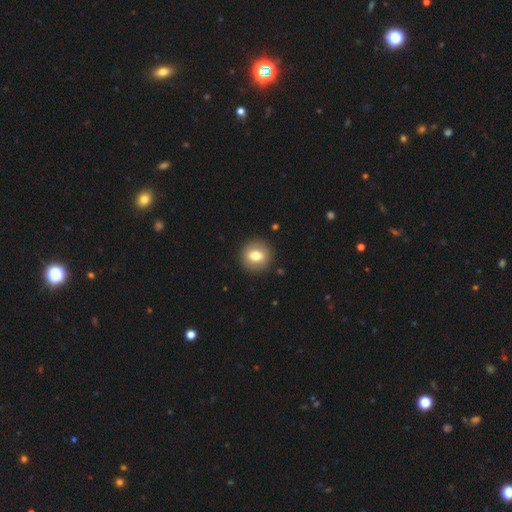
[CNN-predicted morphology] A smooth galaxy with no disk features (73%) that is round (84%).

Vote fractions:
- Smooth or featured? smooth: 73% / featured or disk: 19% / star or artifact: 9%
- How rounded? round: 84% / in between: 15% / cigar-shaped: 1%
- Merging? none: 90% / minor disturbance: 7% / major disturbance: 2% / merger: 1%